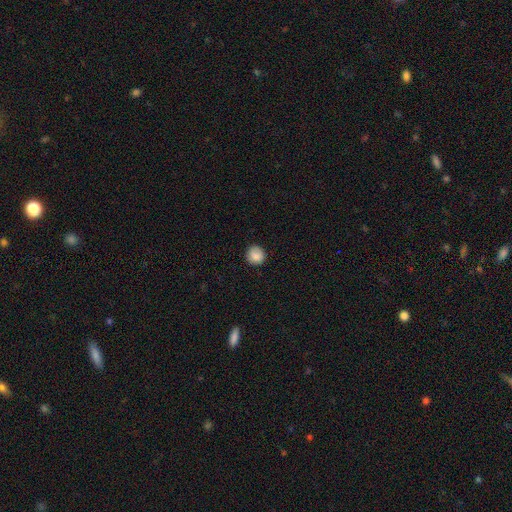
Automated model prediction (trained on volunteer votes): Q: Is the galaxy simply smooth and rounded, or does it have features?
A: smooth — 86%.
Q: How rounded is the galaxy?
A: round — 89%.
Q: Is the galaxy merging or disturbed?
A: none — 85%.